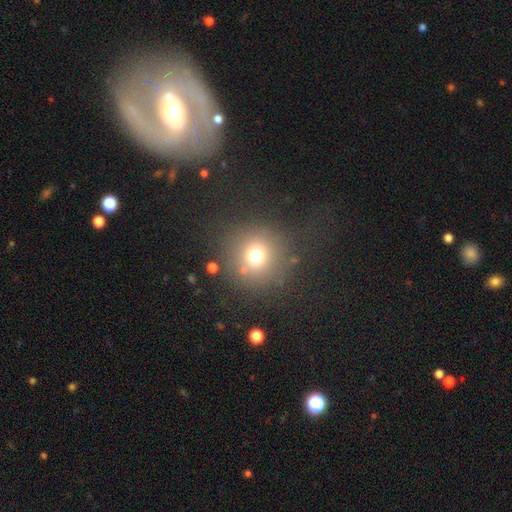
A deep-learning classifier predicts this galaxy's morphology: type=smooth (70%); roundness=round (93%); merging=none (81%).